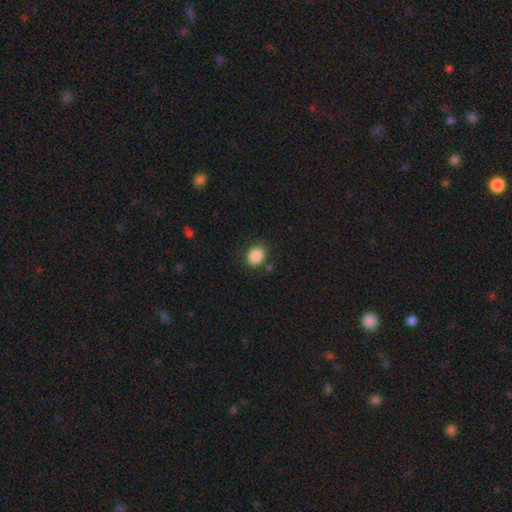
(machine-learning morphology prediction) type=smooth (87%); roundness=round (59%); merging=none (82%).